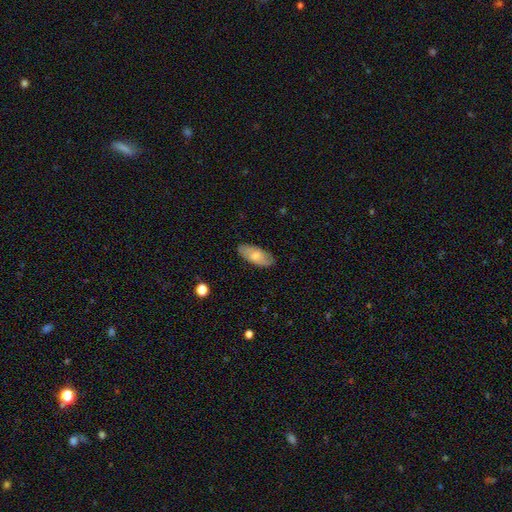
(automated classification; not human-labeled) smooth 69%, featured or disk 25%, star or artifact 6%. Down the decision tree: how rounded — in between (87%); merging — none (85%).